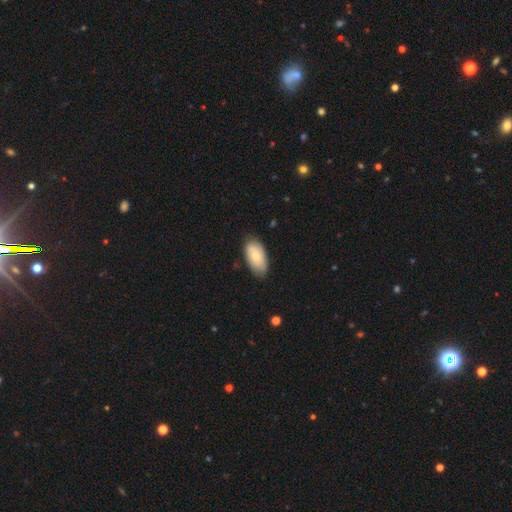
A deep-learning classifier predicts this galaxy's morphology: Smooth or featured? smooth (70%)
How rounded? in between (94%)
Merging? none (76%)